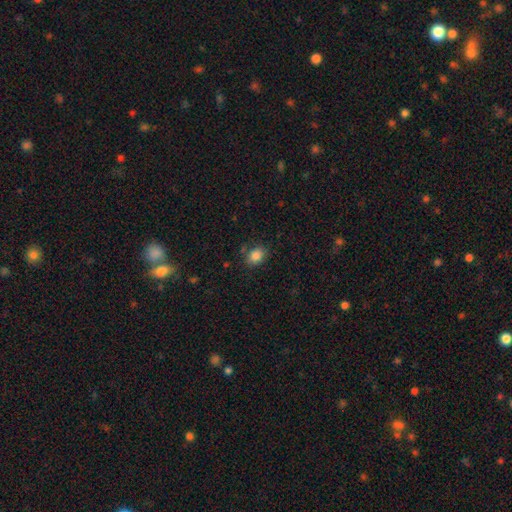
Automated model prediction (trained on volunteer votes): Smooth or featured: smooth — 85% (star or artifact — 10%)
How rounded: in between — 58% (round — 41%)
Merging: none — 78% (minor disturbance — 15%)